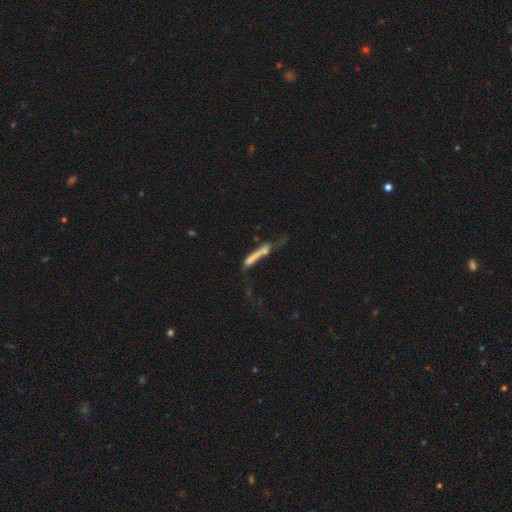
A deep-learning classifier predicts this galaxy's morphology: smooth_or_featured: smooth (p=0.49) [alt: featured or disk p=0.38]
merging: major disturbance (p=0.30) [alt: none p=0.29]